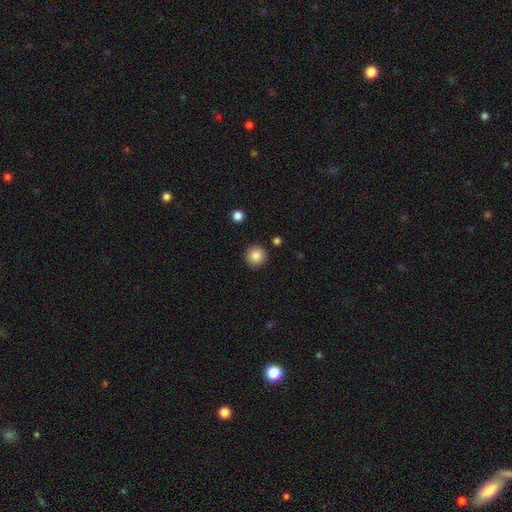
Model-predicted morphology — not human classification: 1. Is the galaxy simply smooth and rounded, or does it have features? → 87% smooth, 9% star or artifact, 4% featured or disk.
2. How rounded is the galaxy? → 95% round, 4% in between, 1% cigar-shaped.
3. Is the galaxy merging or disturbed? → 91% none, 5% minor disturbance, 2% major disturbance, 2% merger.